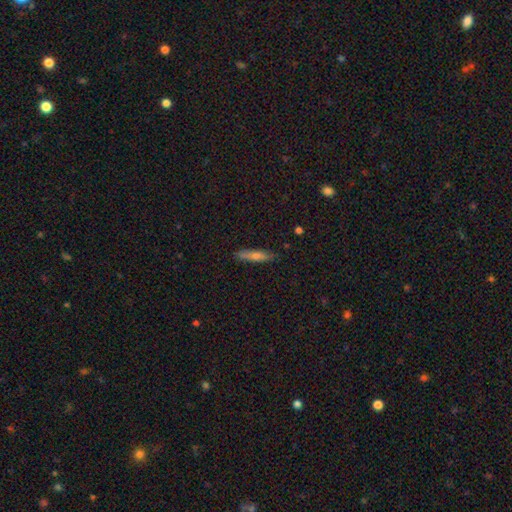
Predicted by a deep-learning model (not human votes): Smooth or featured? smooth (62%)
How rounded? cigar-shaped (87%)
Merging? none (86%)